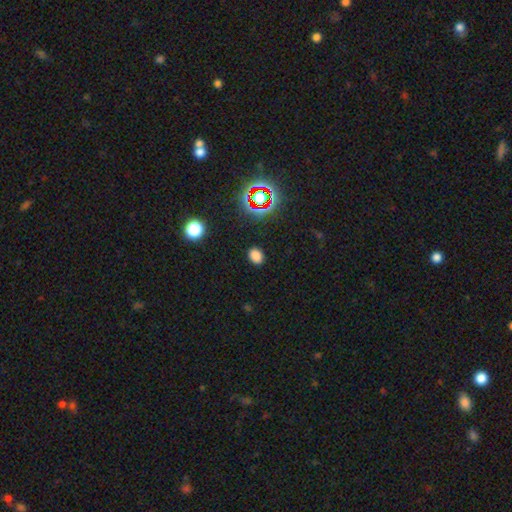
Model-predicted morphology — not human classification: smooth 76%, star or artifact 19%, featured or disk 5%. Down the decision tree: how rounded — in between (69%); merging — none (88%).